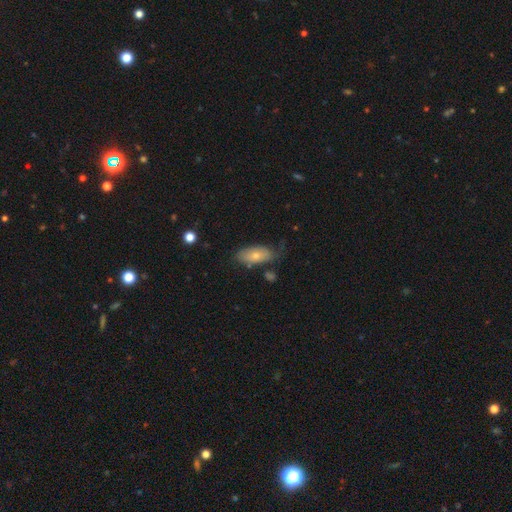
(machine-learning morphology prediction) Smooth or featured: smooth — 71% (featured or disk — 23%)
How rounded: in between — 88% (cigar-shaped — 9%)
Merging: none — 63% (minor disturbance — 26%)